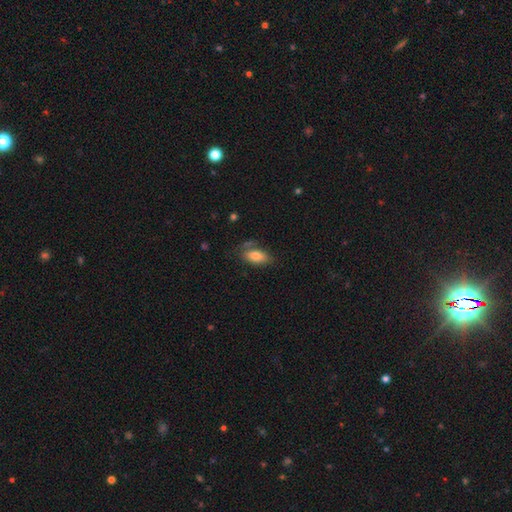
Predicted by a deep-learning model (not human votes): Smooth or featured: smooth — 80% (featured or disk — 12%)
How rounded: in between — 89% (cigar-shaped — 8%)
Merging: none — 63% (minor disturbance — 23%)